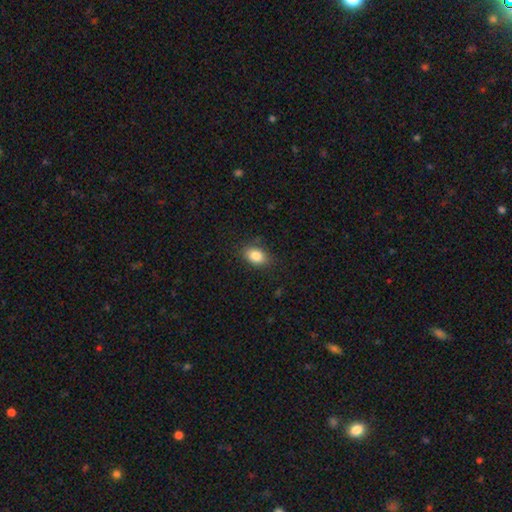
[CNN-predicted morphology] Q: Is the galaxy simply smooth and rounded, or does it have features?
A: smooth — 84%.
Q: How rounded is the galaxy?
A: in between — 80%.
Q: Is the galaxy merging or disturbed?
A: none — 82%.